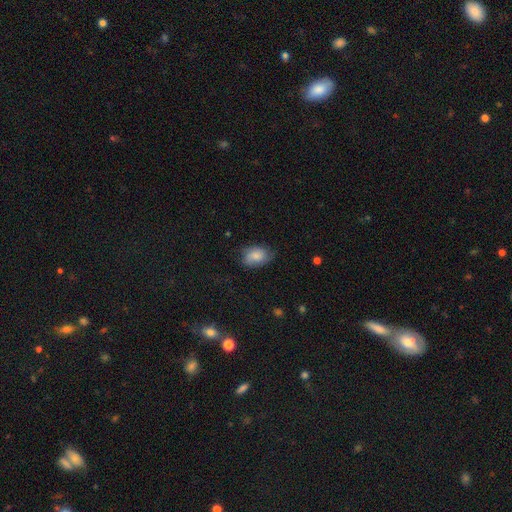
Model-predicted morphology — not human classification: Smooth or featured: smooth — 77% (featured or disk — 16%)
How rounded: in between — 83% (round — 16%)
Merging: none — 67% (minor disturbance — 25%)